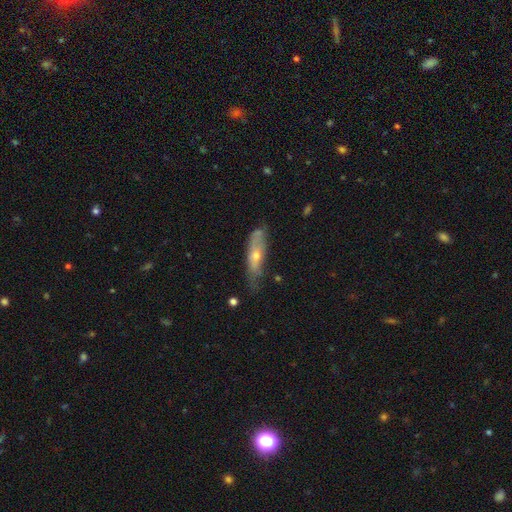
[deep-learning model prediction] This is possibly a featured or disk galaxy (50%). Merging: possibly none (54%).